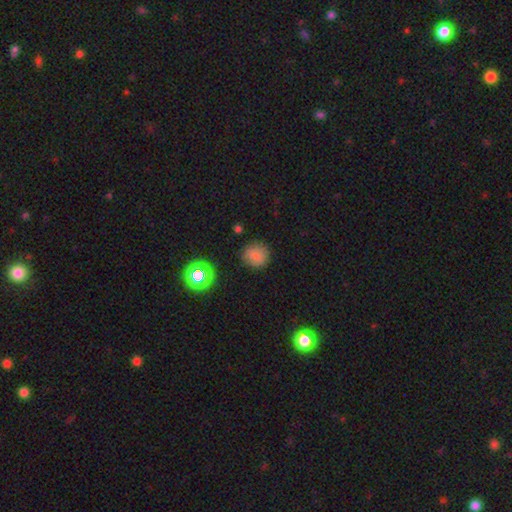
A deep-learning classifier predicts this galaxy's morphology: The model was most divided on "smooth or featured": smooth: 75%, star or artifact: 17%, featured or disk: 8%. More confident: how rounded — round (90%); merging — none (83%).